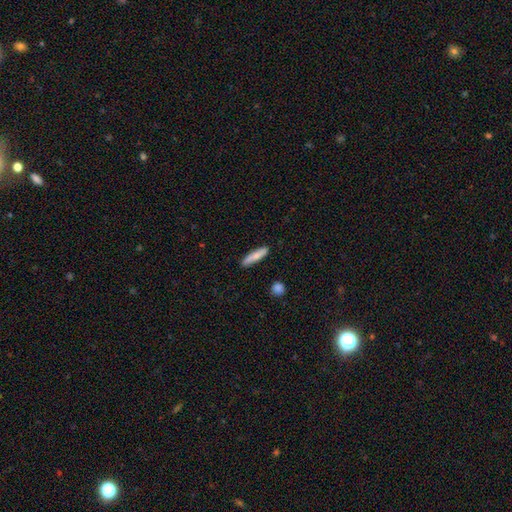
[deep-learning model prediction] This is likely a smooth galaxy (75%). How rounded: clearly cigar-shaped (80%). Merging: clearly none (87%).